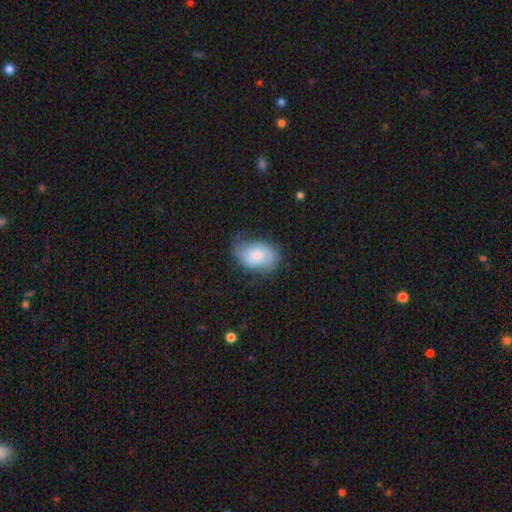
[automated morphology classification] A smooth galaxy with no disk features (53%) that is in between round and cigar-shaped (78%).

Vote fractions:
- Smooth or featured? smooth: 53% / featured or disk: 40% / star or artifact: 8%
- How rounded? in between: 78% / round: 20% / cigar-shaped: 1%
- Merging? none: 56% / minor disturbance: 30% / major disturbance: 13% / merger: 1%